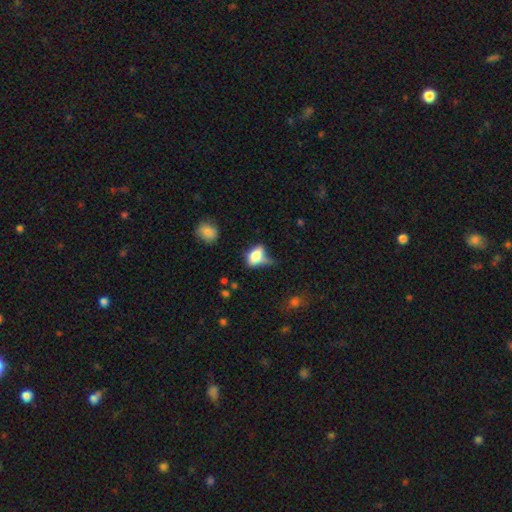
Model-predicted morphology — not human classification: This is likely a smooth galaxy (71%). How rounded: clearly in between (82%). Merging: marginally minor disturbance (30%).